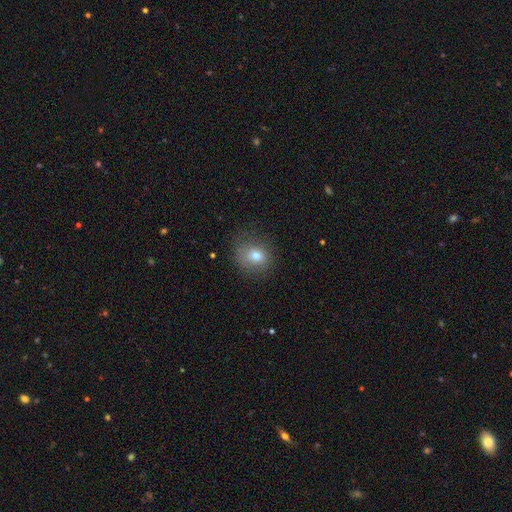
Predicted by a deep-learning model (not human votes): smooth-or-featured: smooth: 76% | star or artifact: 12% | featured or disk: 12%
  how-rounded: round: 70% | in between: 29% | cigar-shaped: 1%
  merging: none: 71% | minor disturbance: 19% | major disturbance: 9% | merger: 1%